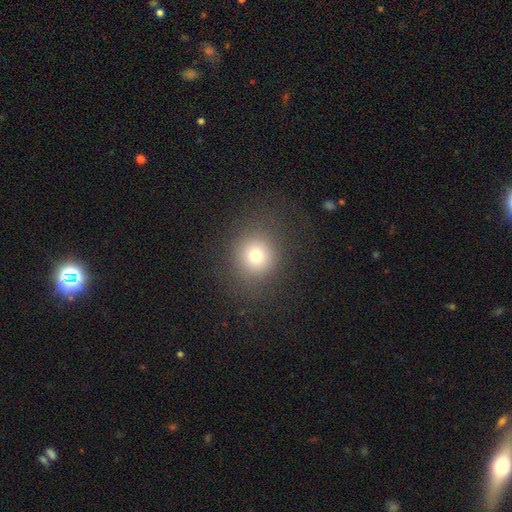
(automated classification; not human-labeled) Smooth or featured: smooth — 73% (star or artifact — 16%)
How rounded: round — 90% (in between — 9%)
Merging: none — 85% (minor disturbance — 8%)